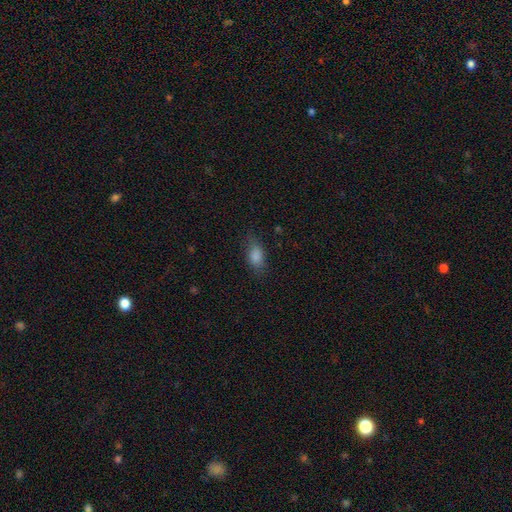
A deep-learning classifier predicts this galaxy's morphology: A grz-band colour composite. It shows a smooth galaxy with no disk features (80%) that is in between round and cigar-shaped (81%). Merging: none (76%).